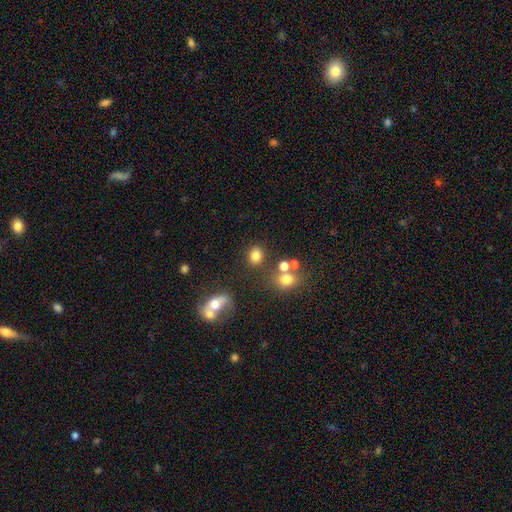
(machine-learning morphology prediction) Smooth or featured? Predicted: smooth (p=0.78). How rounded? Predicted: round (p=0.61). Merging? Predicted: none (p=0.70).